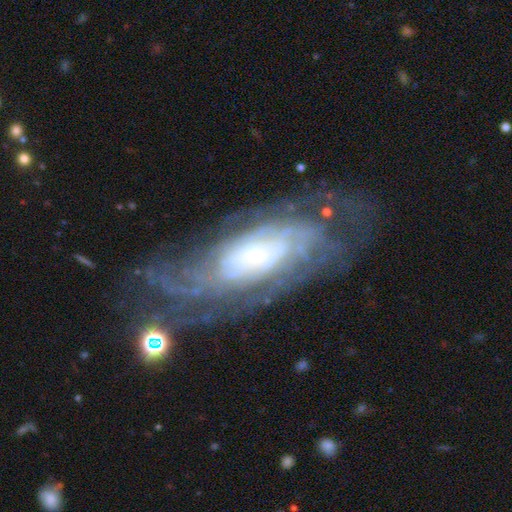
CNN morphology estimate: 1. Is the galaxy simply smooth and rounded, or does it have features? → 82% featured or disk, 11% smooth, 7% star or artifact.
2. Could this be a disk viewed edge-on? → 90% no, 10% yes.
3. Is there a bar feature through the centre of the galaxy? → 66% no, 24% weak, 10% strong.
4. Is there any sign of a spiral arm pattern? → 93% yes, 7% no.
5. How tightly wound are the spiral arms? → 67% tight, 25% medium, 8% loose.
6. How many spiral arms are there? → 48% can't tell, 14% 2, 11% 4, 11% 3, 11% more than 4, 5% 1.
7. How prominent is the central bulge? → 40% small, 22% moderate, 22% large, 13% none, 4% dominant.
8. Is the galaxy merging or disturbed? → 64% none, 19% minor disturbance, 14% major disturbance, 3% merger.